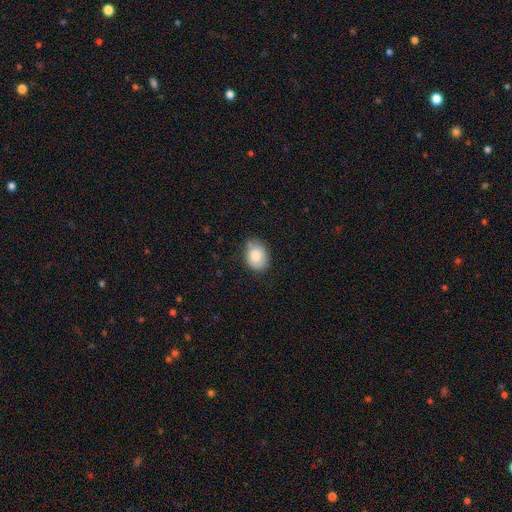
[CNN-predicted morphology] type=smooth (82%); roundness=in between (74%); merging=none (70%).